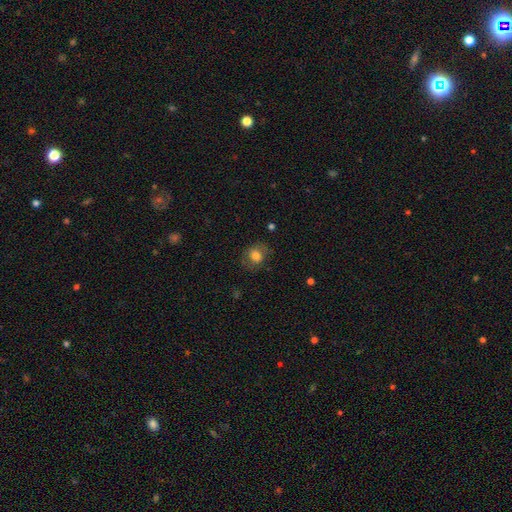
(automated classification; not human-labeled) Smooth or featured: smooth — 71% (featured or disk — 20%)
How rounded: round — 64% (in between — 34%)
Merging: none — 71% (minor disturbance — 18%)